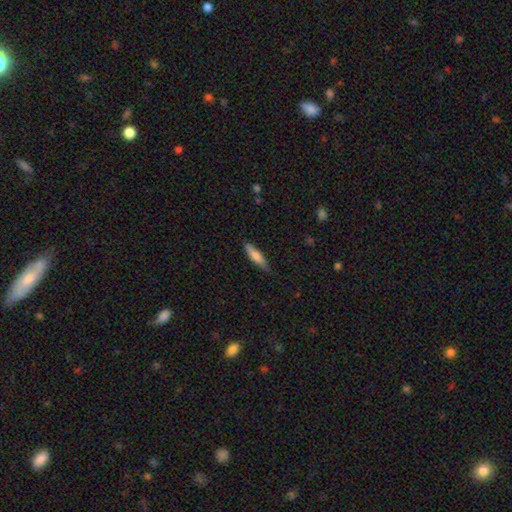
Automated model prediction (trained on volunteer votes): smooth-or-featured: smooth: 72% | featured or disk: 22% | star or artifact: 6%
  how-rounded: cigar-shaped: 72% | in between: 27% | round: 2%
  merging: none: 80% | minor disturbance: 16% | major disturbance: 2% | merger: 1%